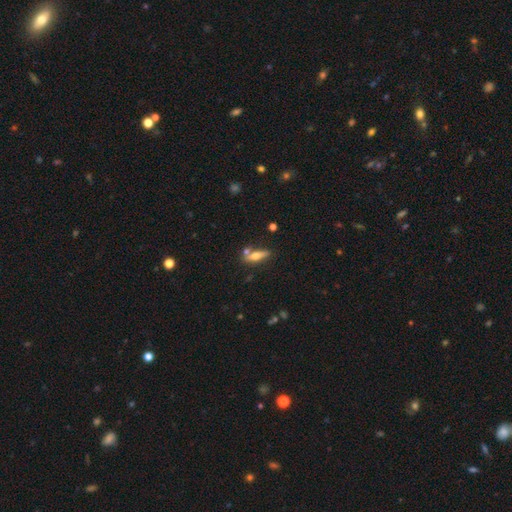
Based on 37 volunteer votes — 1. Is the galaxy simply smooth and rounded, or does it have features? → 54% smooth, 46% featured or disk, 0% star or artifact.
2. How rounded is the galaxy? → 60% cigar-shaped, 40% in between, 0% round.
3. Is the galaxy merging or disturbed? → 70% none, 16% minor disturbance, 14% merger, 0% major disturbance.